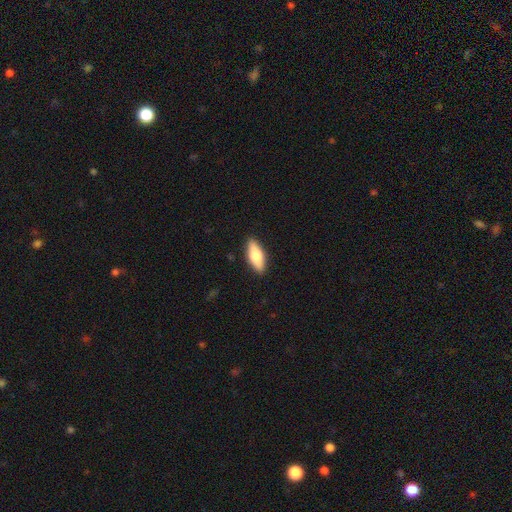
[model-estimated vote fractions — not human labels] This appears to be a smooth galaxy with no disk features (70%) that is in between round and cigar-shaped (69%). Merging: none (90%).